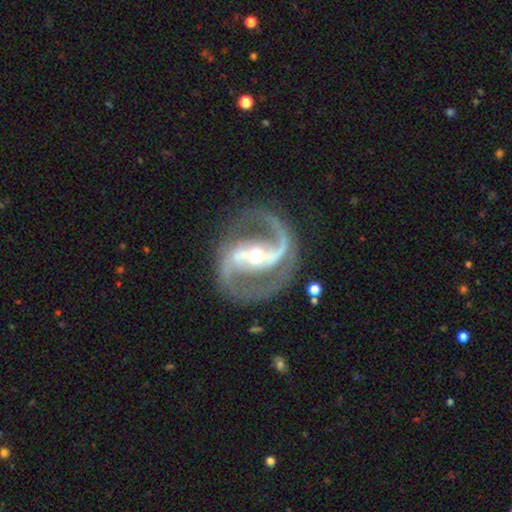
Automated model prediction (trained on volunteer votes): smooth_or_featured: featured or disk (p=0.93) [alt: star or artifact p=0.04]
disk_edge_on: no (p=0.98) [alt: yes p=0.02]
bar: strong (p=0.57) [alt: weak p=0.28]
has_spiral_arms: yes (p=0.98) [alt: no p=0.02]
spiral_winding: medium (p=0.64) [alt: loose p=0.19]
spiral_arm_count: 2 (p=0.94) [alt: can't tell p=0.01]
bulge_size: moderate (p=0.69) [alt: small p=0.22]
merging: none (p=0.82) [alt: minor disturbance p=0.11]